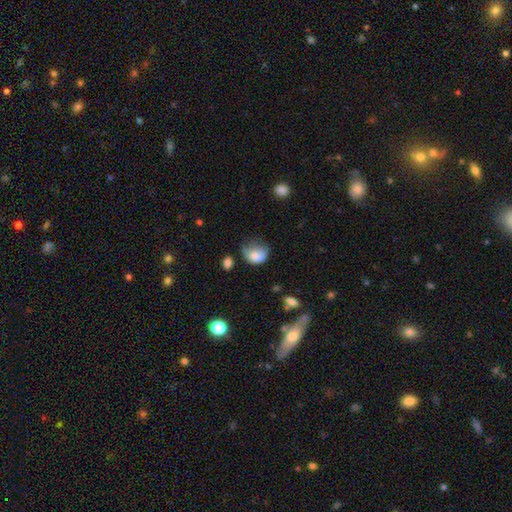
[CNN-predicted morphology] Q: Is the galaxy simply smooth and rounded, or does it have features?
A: smooth — 75%.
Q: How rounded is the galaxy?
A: in between — 50%.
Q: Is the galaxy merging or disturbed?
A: minor disturbance — 40%.